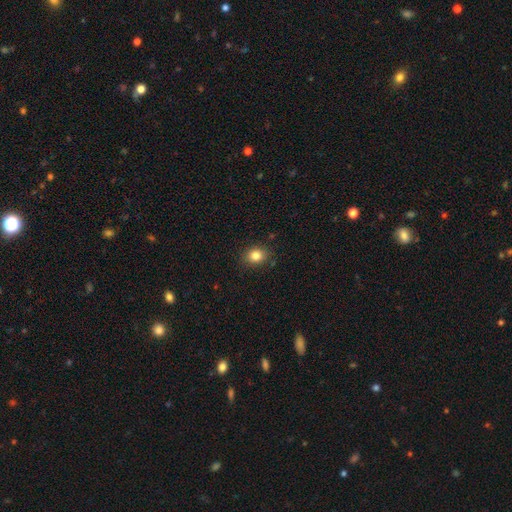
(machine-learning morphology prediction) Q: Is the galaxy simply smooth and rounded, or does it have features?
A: smooth — 84%.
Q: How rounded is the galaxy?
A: round — 53%.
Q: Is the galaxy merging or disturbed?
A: none — 86%.